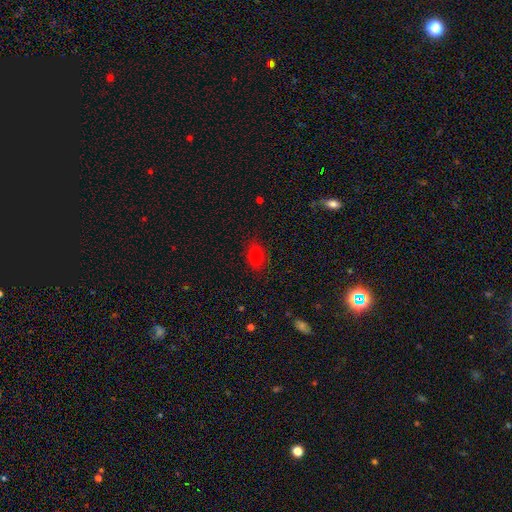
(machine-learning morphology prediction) Smooth or featured?
  - smooth: 80% *
  - star or artifact: 13%
  - featured or disk: 7%
How rounded?
  - in between: 80% *
  - round: 18%
  - cigar-shaped: 2%
Merging?
  - none: 82% *
  - minor disturbance: 14%
  - major disturbance: 4%
  - merger: 1%